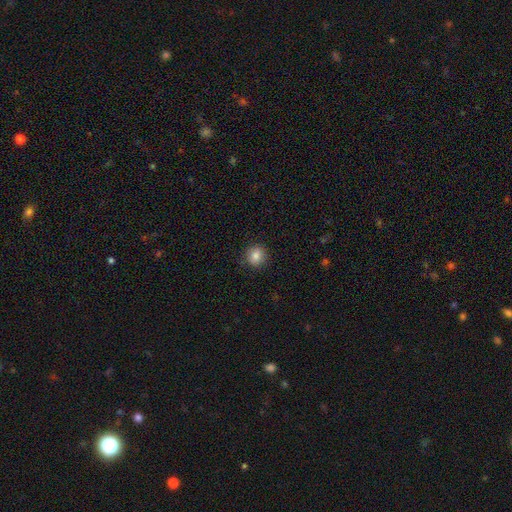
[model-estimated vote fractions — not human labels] The model was most divided on "how rounded": round: 83%, in between: 16%, cigar-shaped: 1%. More confident: merging — none (89%); smooth or featured — smooth (84%).